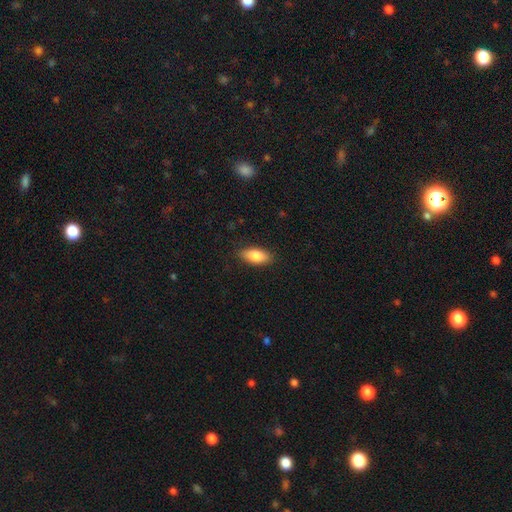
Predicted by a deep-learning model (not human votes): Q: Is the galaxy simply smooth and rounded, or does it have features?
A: smooth — 83%.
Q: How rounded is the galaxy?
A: in between — 85%.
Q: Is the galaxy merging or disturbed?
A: none — 86%.